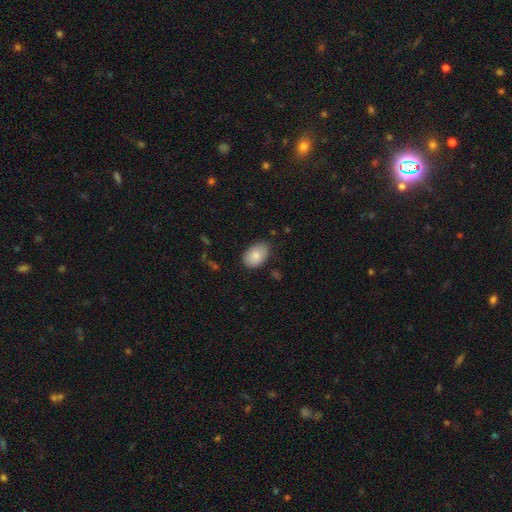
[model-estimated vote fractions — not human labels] This is clearly a smooth galaxy (83%). How rounded: clearly in between (87%). Merging: likely none (73%).